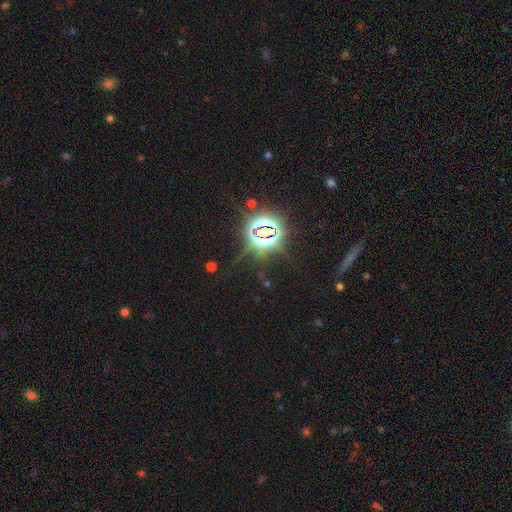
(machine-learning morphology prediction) Overall: star or artifact (82%).